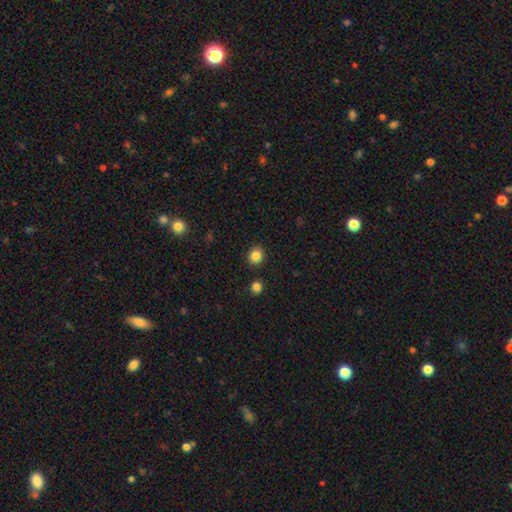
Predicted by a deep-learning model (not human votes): This is clearly a smooth galaxy (85%). How rounded: likely round (72%). Merging: clearly none (88%).